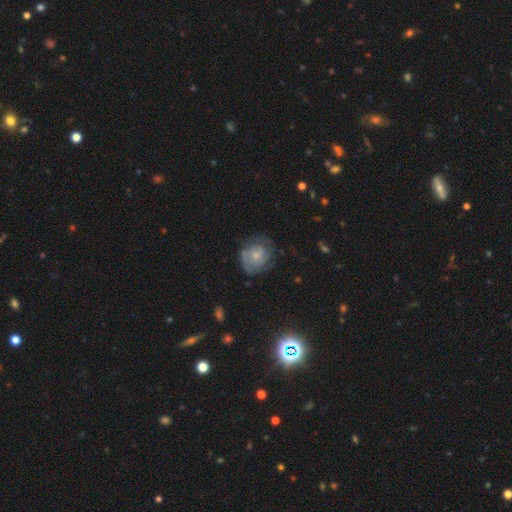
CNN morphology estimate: Smooth or featured?
  - featured or disk: 48% *
  - smooth: 44%
  - star or artifact: 8%
Merging?
  - none: 60% *
  - minor disturbance: 25%
  - major disturbance: 13%
  - merger: 2%